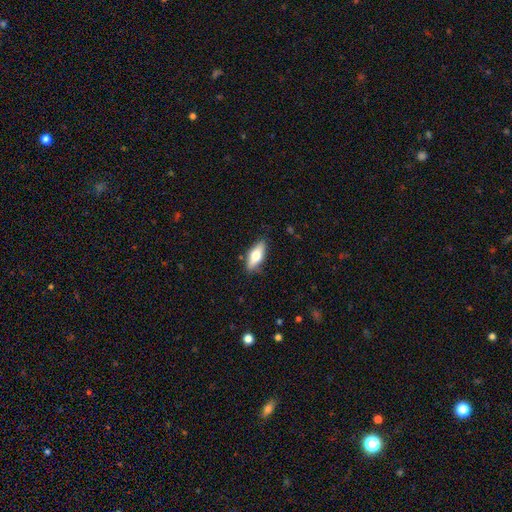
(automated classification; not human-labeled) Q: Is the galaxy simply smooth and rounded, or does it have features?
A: smooth — 65%.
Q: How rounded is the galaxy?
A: in between — 72%.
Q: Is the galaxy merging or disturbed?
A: none — 84%.